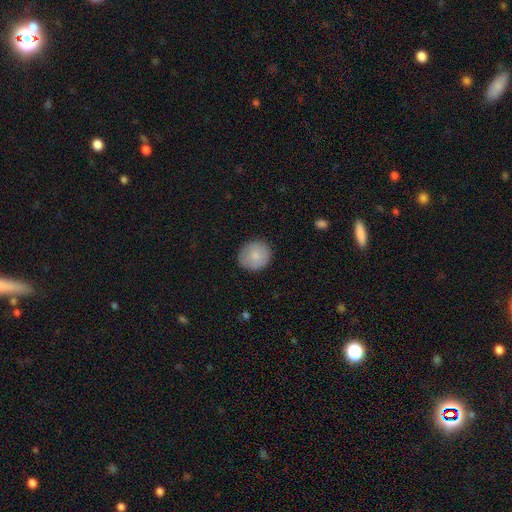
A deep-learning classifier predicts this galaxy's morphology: Smooth or featured? smooth (83%)
How rounded? round (85%)
Merging? none (87%)